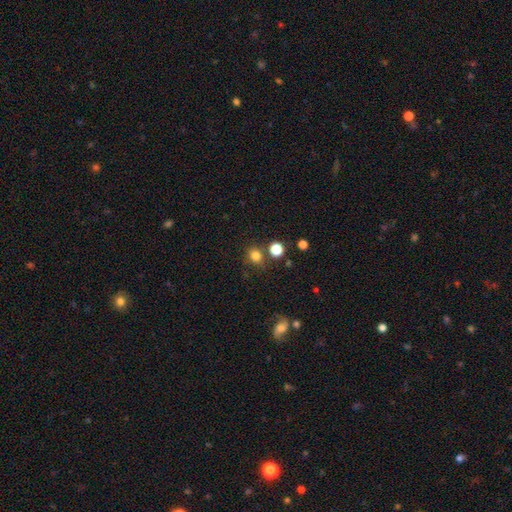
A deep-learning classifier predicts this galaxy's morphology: This is likely a smooth galaxy (79%). How rounded: likely round (80%). Merging: likely none (74%).